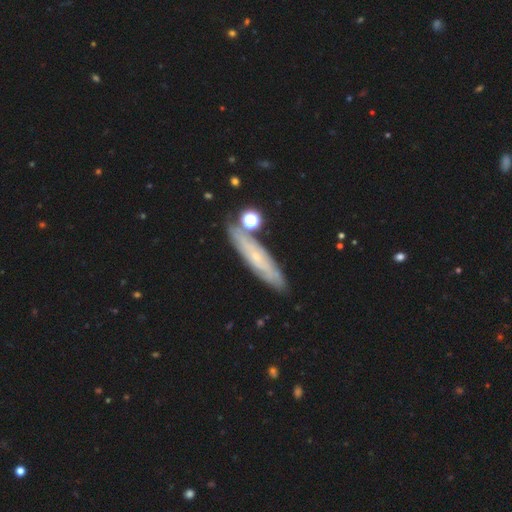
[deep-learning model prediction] smooth_or_featured: featured or disk (p=0.59) [alt: smooth p=0.32]
disk_edge_on: no (p=0.51) [alt: yes p=0.49]
merging: none (p=0.78) [alt: minor disturbance p=0.13]